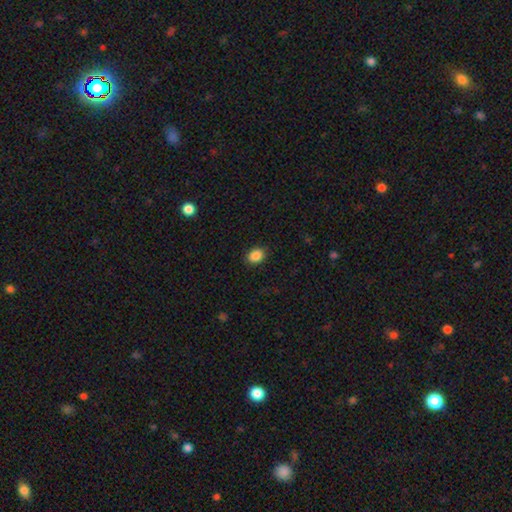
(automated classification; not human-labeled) A smooth galaxy with no disk features (87%) that is in between round and cigar-shaped (63%).

Vote fractions:
- Smooth or featured? smooth: 87% / star or artifact: 9% / featured or disk: 3%
- How rounded? in between: 63% / round: 36% / cigar-shaped: 1%
- Merging? none: 88% / minor disturbance: 9% / major disturbance: 2% / merger: 1%